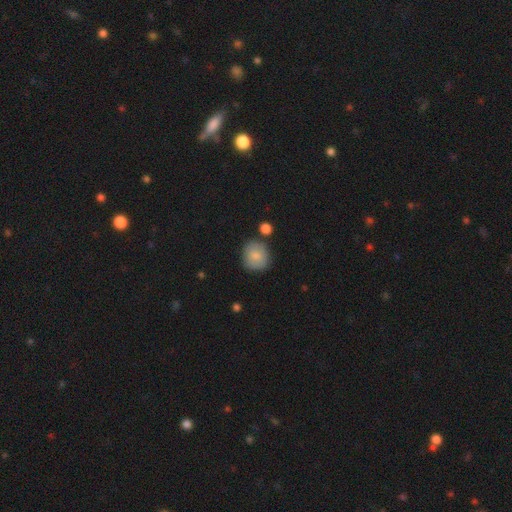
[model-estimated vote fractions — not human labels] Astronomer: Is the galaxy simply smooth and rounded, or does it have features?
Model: smooth — 81%.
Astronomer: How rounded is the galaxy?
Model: round — 82%.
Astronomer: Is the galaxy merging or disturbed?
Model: none — 76%.